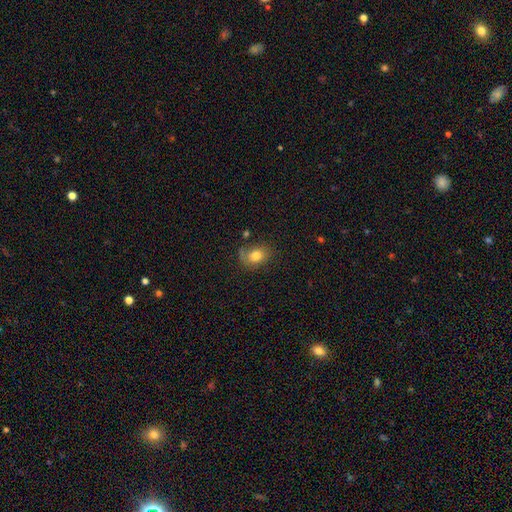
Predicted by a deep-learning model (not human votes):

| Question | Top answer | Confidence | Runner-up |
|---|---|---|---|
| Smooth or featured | smooth | 77% | featured or disk (13%) |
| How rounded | in between | 58% | round (41%) |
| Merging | none | 63% | minor disturbance (22%) |